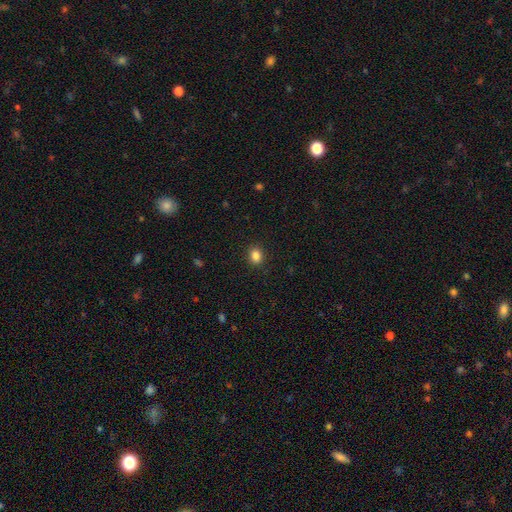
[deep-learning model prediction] Q: Smooth or featured?
A: smooth (85%); runner-up: star or artifact (11%)
Q: How rounded?
A: round (59%); runner-up: in between (40%)
Q: Merging?
A: none (90%); runner-up: minor disturbance (7%)